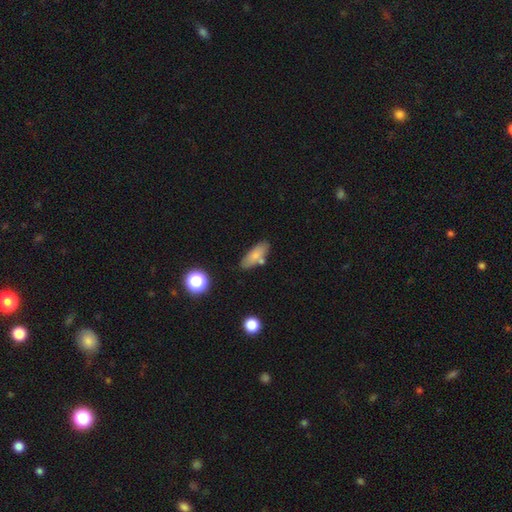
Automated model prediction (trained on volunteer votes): smooth_or_featured: smooth (p=0.77) [alt: featured or disk p=0.14]
how_rounded: in between (p=0.69) [alt: cigar-shaped p=0.28]
merging: none (p=0.72) [alt: minor disturbance p=0.15]